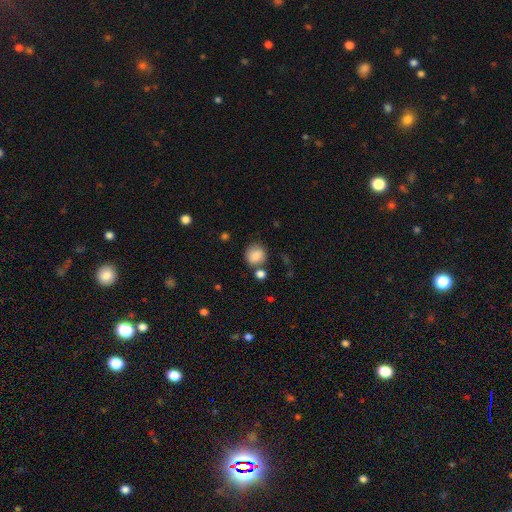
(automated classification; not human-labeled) Smooth or featured?
  - smooth: 85% *
  - star or artifact: 9%
  - featured or disk: 6%
How rounded?
  - round: 86% *
  - in between: 13%
  - cigar-shaped: 1%
Merging?
  - none: 71% *
  - minor disturbance: 13%
  - merger: 11%
  - major disturbance: 4%